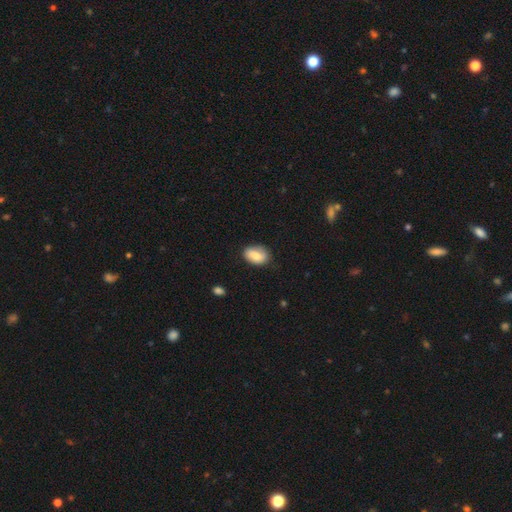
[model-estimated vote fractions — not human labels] This is likely a smooth galaxy (80%). How rounded: clearly in between (87%). Merging: likely none (70%).